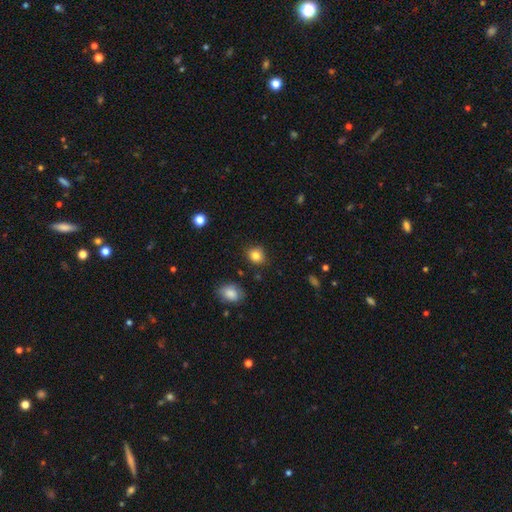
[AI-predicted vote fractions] smooth-or-featured: smooth: 83% | star or artifact: 11% | featured or disk: 6%
  how-rounded: round: 77% | in between: 22% | cigar-shaped: 1%
  merging: none: 86% | minor disturbance: 9% | major disturbance: 2% | merger: 2%